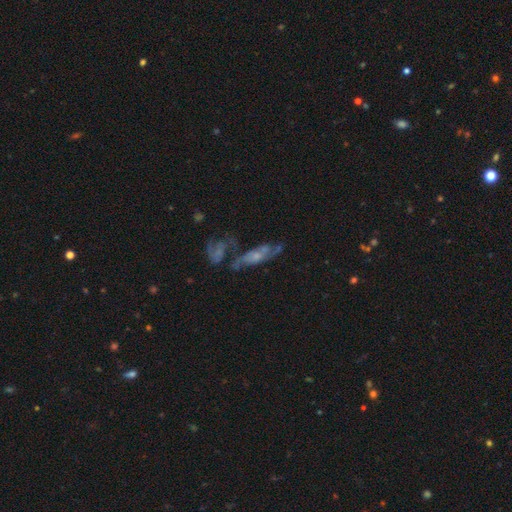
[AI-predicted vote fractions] Smooth or featured? Predicted: featured or disk (p=0.63). Edge-on disk? Predicted: no (p=0.77). Merging? Predicted: none (p=0.37).